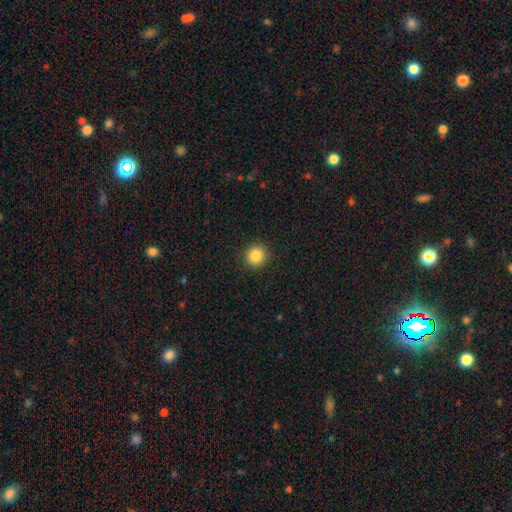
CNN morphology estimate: smooth-or-featured: smooth: 85% | star or artifact: 10% | featured or disk: 4%
  how-rounded: round: 92% | in between: 7% | cigar-shaped: 1%
  merging: none: 92% | minor disturbance: 5% | major disturbance: 2% | merger: 1%